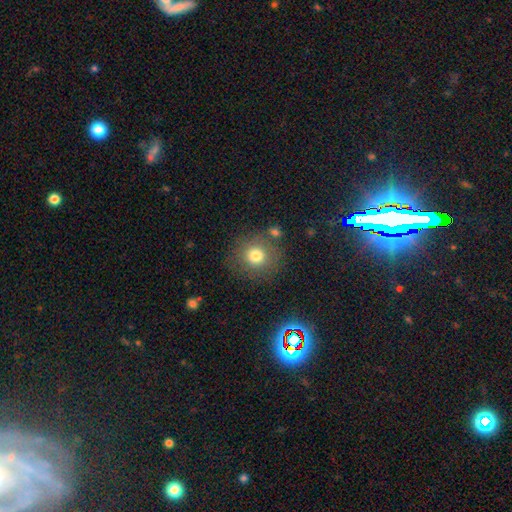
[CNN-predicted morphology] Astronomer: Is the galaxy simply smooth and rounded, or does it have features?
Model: smooth — 77%.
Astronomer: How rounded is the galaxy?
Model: round — 89%.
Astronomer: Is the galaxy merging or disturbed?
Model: none — 79%.